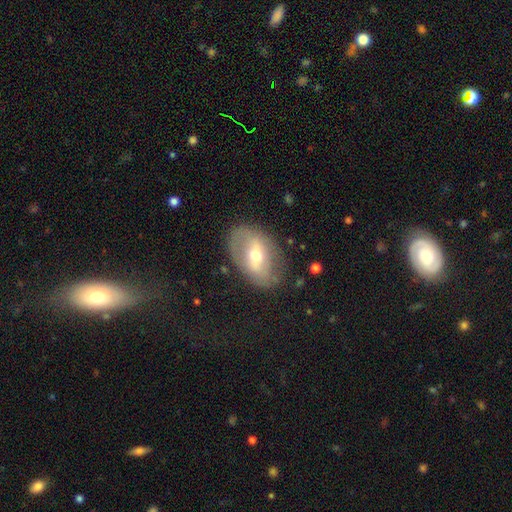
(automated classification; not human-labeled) Morphology: type=featured or disk (58%); edge-on=no (90%); bar=strong (39%); spiral arms=no (61%); bulge=moderate (65%); merging=none (75%).